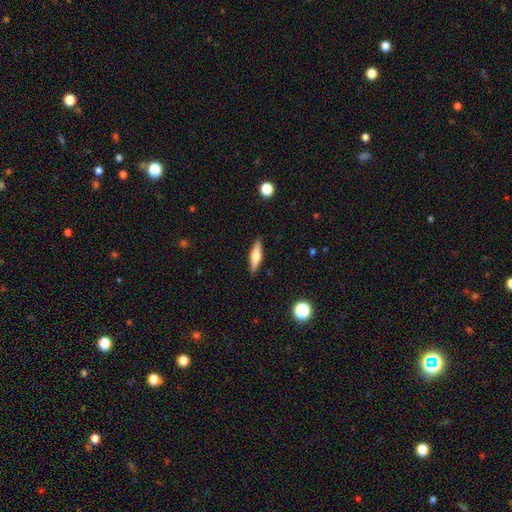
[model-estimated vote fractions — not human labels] Smooth or featured: smooth — 54% (featured or disk — 40%)
How rounded: cigar-shaped — 67% (in between — 31%)
Merging: none — 88% (minor disturbance — 9%)